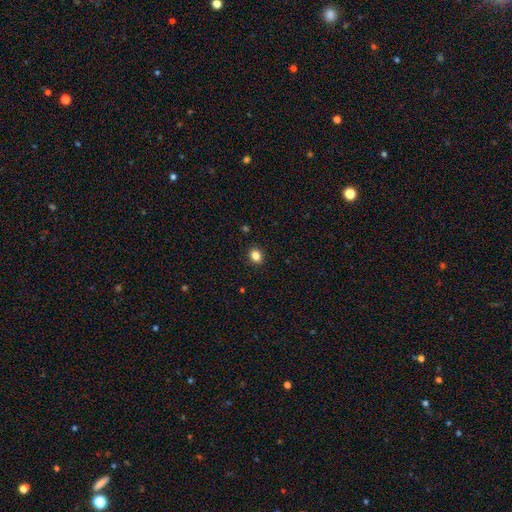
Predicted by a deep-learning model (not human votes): smooth-or-featured: smooth: 84% | star or artifact: 12% | featured or disk: 4%
  how-rounded: round: 60% | in between: 39% | cigar-shaped: 1%
  merging: none: 91% | minor disturbance: 6% | major disturbance: 2% | merger: 1%